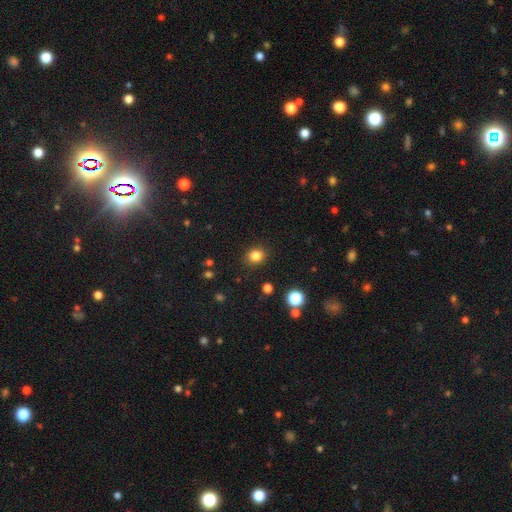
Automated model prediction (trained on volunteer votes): smooth_or_featured: smooth (p=0.83) [alt: star or artifact p=0.12]
how_rounded: round (p=0.73) [alt: in between p=0.26]
merging: none (p=0.89) [alt: minor disturbance p=0.07]